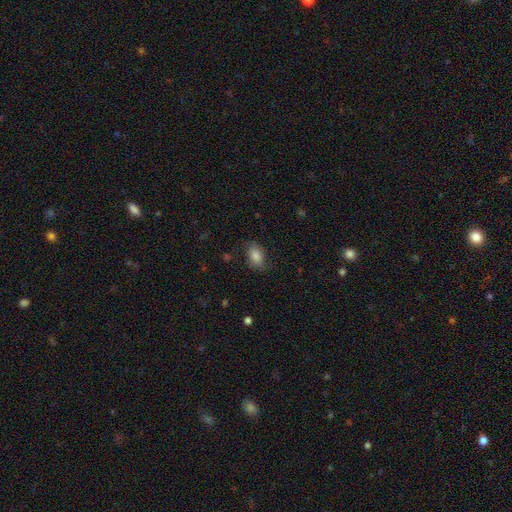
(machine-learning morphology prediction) Smooth or featured? Predicted: smooth (p=0.76). How rounded? Predicted: in between (p=0.82). Merging? Predicted: none (p=0.71).